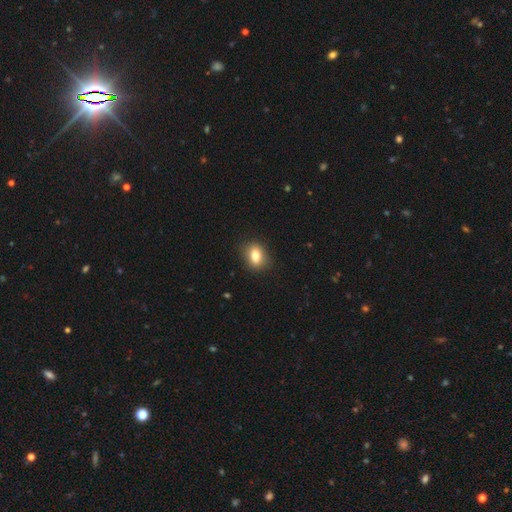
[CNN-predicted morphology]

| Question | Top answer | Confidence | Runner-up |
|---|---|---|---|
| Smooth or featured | smooth | 80% | featured or disk (11%) |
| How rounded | in between | 68% | round (30%) |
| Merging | none | 86% | minor disturbance (10%) |